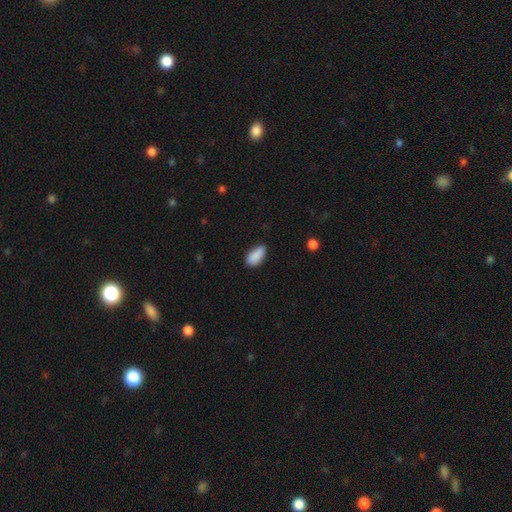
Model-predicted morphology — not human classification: smooth-or-featured: smooth: 89% | star or artifact: 7% | featured or disk: 3%
  how-rounded: in between: 90% | cigar-shaped: 8% | round: 3%
  merging: none: 75% | minor disturbance: 20% | major disturbance: 3% | merger: 1%